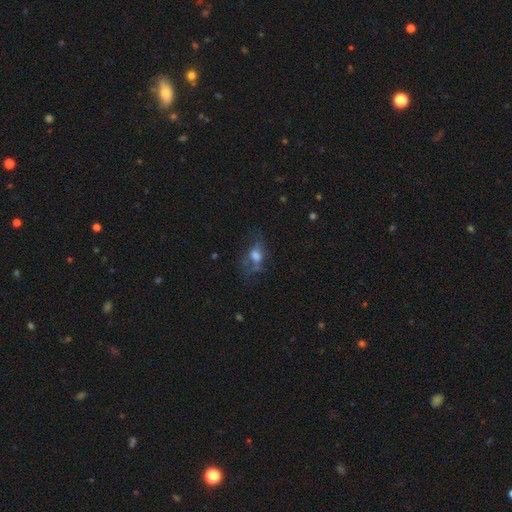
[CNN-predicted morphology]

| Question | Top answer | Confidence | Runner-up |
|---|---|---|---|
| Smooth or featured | smooth | 47% | featured or disk (36%) |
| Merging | none | 41% | major disturbance (33%) |